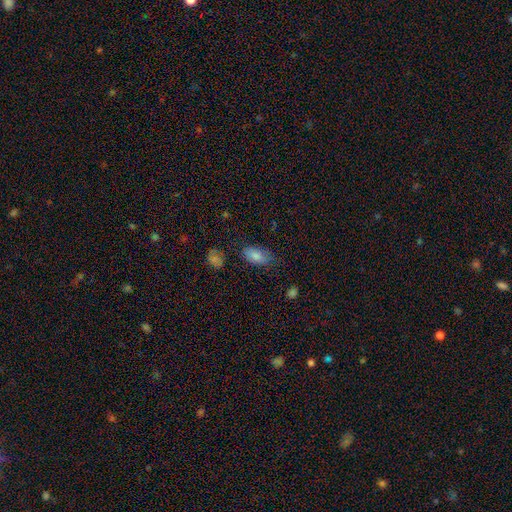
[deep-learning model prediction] smooth-or-featured: smooth: 84% | star or artifact: 8% | featured or disk: 8%
  how-rounded: in between: 92% | cigar-shaped: 4% | round: 4%
  merging: none: 75% | minor disturbance: 19% | major disturbance: 5% | merger: 2%